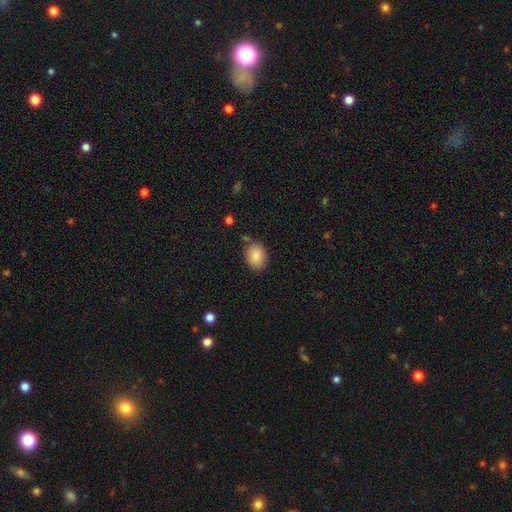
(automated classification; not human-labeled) smooth-or-featured: smooth: 86% | star or artifact: 8% | featured or disk: 6%
  how-rounded: in between: 62% | round: 37% | cigar-shaped: 1%
  merging: none: 81% | minor disturbance: 13% | merger: 4% | major disturbance: 3%